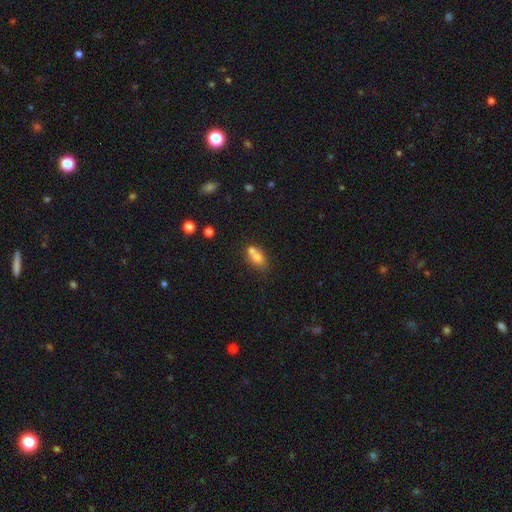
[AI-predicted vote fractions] Smooth or featured?
  - smooth: 71% *
  - featured or disk: 19%
  - star or artifact: 11%
How rounded?
  - in between: 71% *
  - round: 25%
  - cigar-shaped: 4%
Merging?
  - merger: 51% *
  - none: 33%
  - minor disturbance: 11%
  - major disturbance: 4%